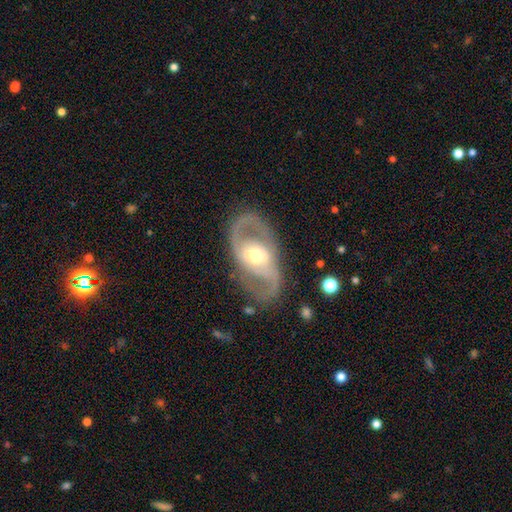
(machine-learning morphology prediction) This appears to be a featured or disk galaxy (83%) with no bar (44%), 2 (84%) medium (50%) spiral arms (76%) and a moderate central bulge (67%). Merging: none (78%).